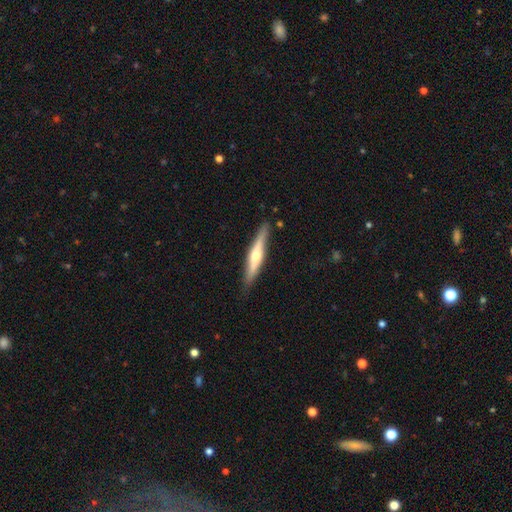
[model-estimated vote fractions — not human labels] This appears to be a featured or disk galaxy (59%) viewed edge-on (95%) with a rounded central bulge (85%). Merging: none (84%).